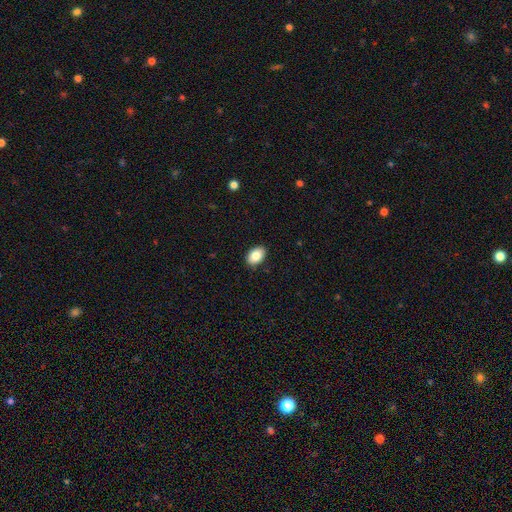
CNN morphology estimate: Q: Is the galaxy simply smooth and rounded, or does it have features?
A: smooth — 85%.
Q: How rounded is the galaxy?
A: in between — 89%.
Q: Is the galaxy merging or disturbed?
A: none — 89%.